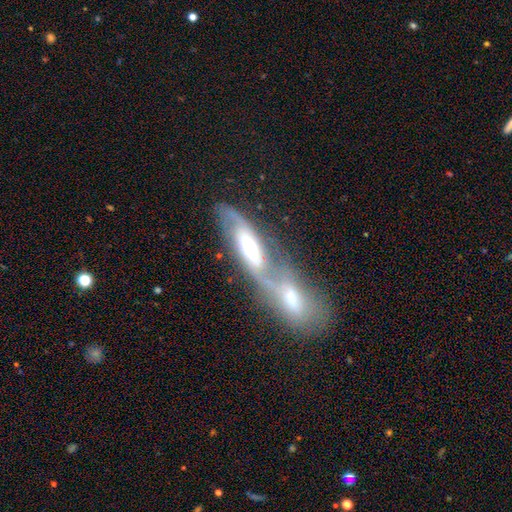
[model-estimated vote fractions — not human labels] Smooth or featured? featured or disk (70%)
Edge-on disk? no (75%)
Bar? no (48%)
Spiral arms? yes (80%)
Bulge size? moderate (62%)
Merging? merger (74%)